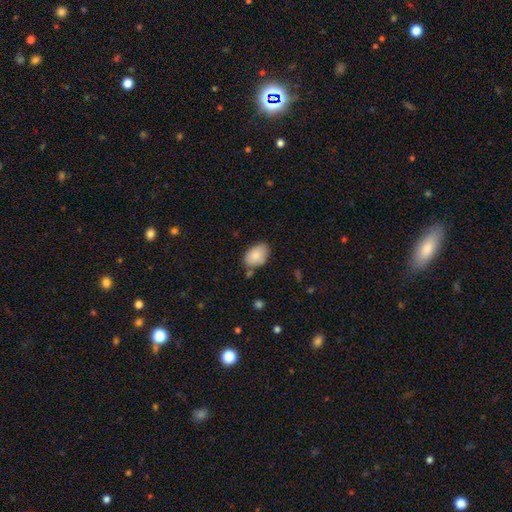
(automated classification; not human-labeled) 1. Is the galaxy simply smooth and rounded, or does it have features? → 82% smooth, 11% featured or disk, 7% star or artifact.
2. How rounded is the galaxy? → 88% in between, 11% round, 1% cigar-shaped.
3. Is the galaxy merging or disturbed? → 68% none, 22% minor disturbance, 5% merger, 4% major disturbance.